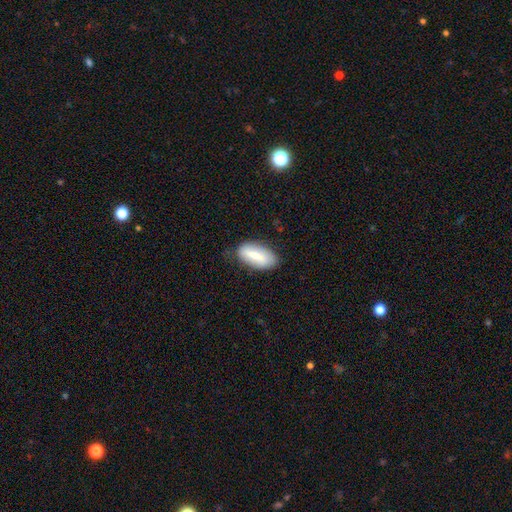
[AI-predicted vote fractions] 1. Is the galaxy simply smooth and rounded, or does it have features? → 68% smooth, 26% featured or disk, 6% star or artifact.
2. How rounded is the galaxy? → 87% in between, 10% cigar-shaped, 3% round.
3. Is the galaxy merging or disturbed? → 77% none, 18% minor disturbance, 4% major disturbance, 1% merger.